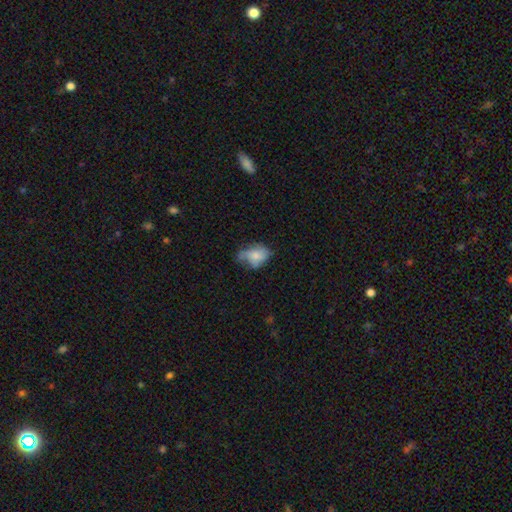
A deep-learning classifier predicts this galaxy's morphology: Smooth or featured: smooth — 58% (featured or disk — 33%)
How rounded: in between — 79% (round — 19%)
Merging: none — 37% (minor disturbance — 34%)